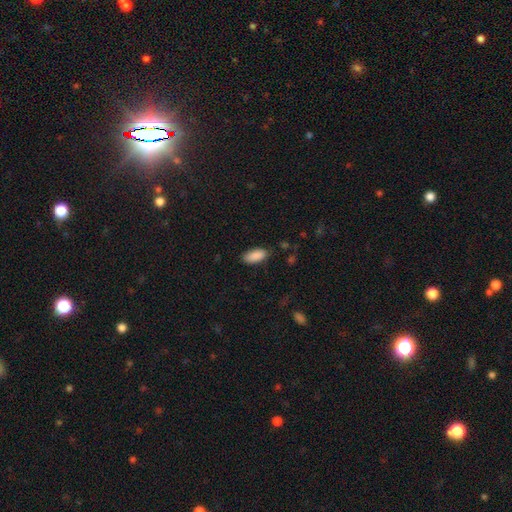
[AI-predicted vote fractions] Q: Smooth or featured?
A: smooth (90%); runner-up: star or artifact (6%)
Q: How rounded?
A: in between (89%); runner-up: cigar-shaped (9%)
Q: Merging?
A: none (85%); runner-up: minor disturbance (11%)